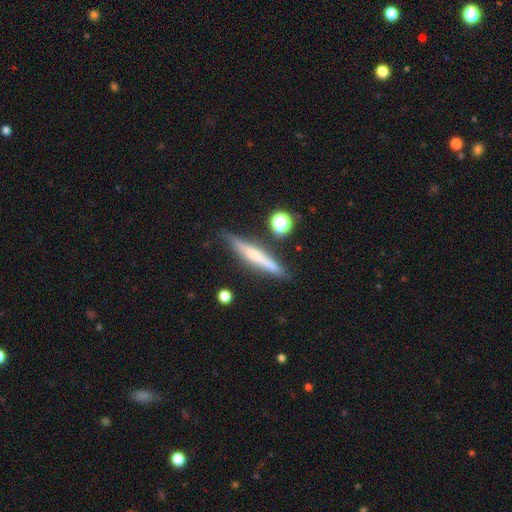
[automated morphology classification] smooth-or-featured: featured or disk: 48% | smooth: 44% | star or artifact: 7%
  merging: none: 82% | minor disturbance: 12% | merger: 4% | major disturbance: 3%